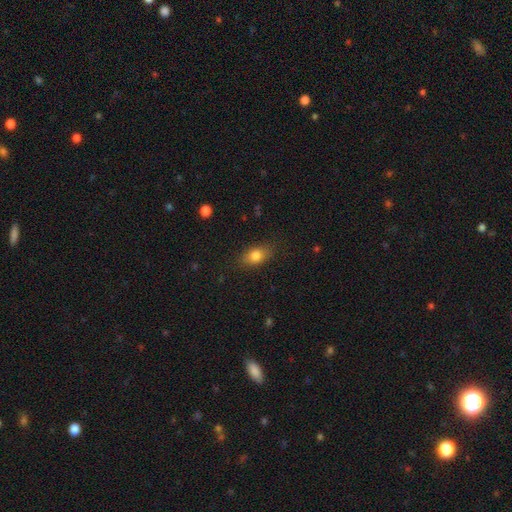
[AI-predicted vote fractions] smooth 80%, featured or disk 11%, star or artifact 9%. Down the decision tree: how rounded — in between (81%); merging — none (83%).